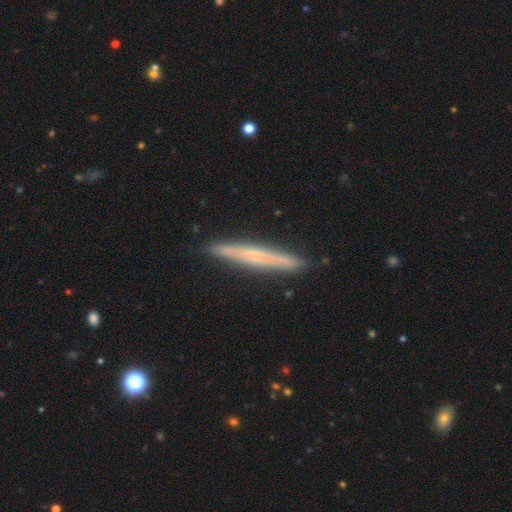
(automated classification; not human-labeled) This appears to be a featured or disk galaxy (55%) viewed edge-on (95%) with no central bulge (54%). Merging: none (90%).